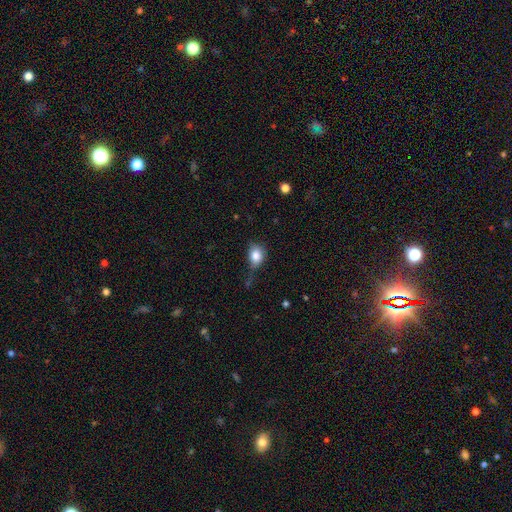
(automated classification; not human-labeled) This appears to be a smooth galaxy with no disk features (80%) that is in between round and cigar-shaped (50%). Merging: none (40%).